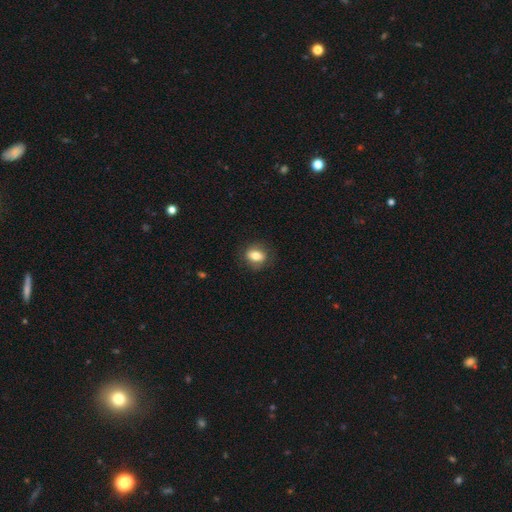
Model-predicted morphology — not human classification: Overall: smooth (77%). How rounded: in between (60%; round 38%). Merging: none (82%).